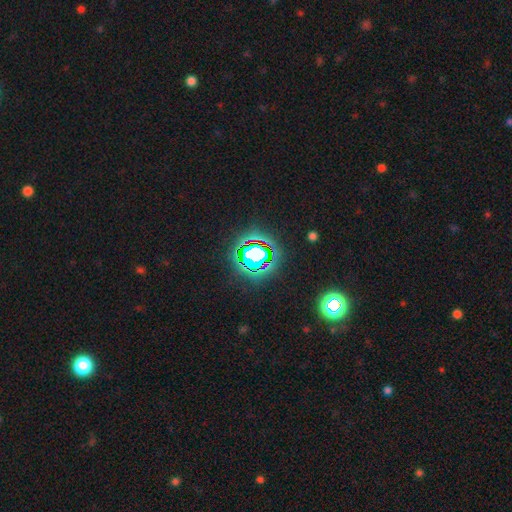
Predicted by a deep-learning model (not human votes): Morphology: type=star or artifact (65%).